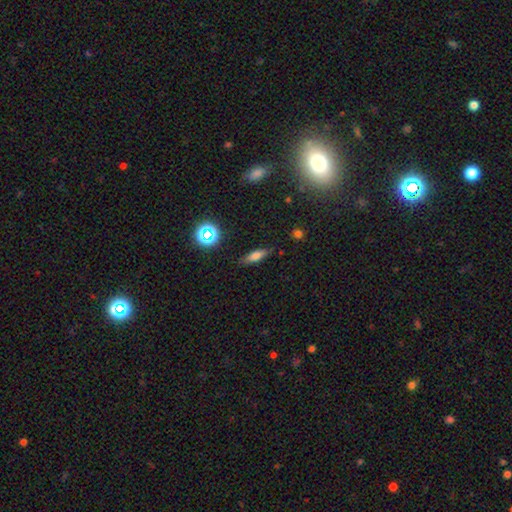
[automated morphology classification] Q: Smooth or featured?
A: smooth (67%); runner-up: featured or disk (20%)
Q: How rounded?
A: cigar-shaped (55%); runner-up: in between (40%)
Q: Merging?
A: none (83%); runner-up: minor disturbance (12%)